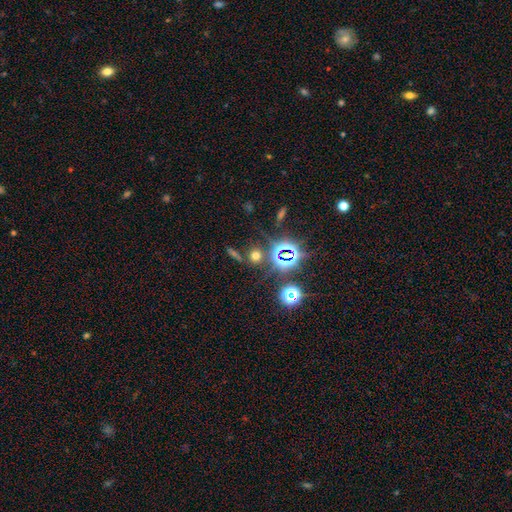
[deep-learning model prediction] Smooth or featured: smooth — 45% (star or artifact — 44%)
Merging: none — 76% (merger — 10%)